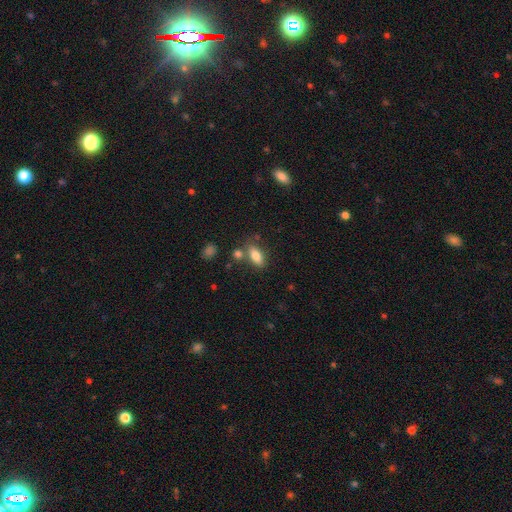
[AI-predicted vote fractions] A smooth galaxy with no disk features (80%) that is in between round and cigar-shaped (82%).

Vote fractions:
- Smooth or featured? smooth: 80% / featured or disk: 11% / star or artifact: 8%
- How rounded? in between: 82% / cigar-shaped: 14% / round: 4%
- Merging? none: 69% / minor disturbance: 14% / merger: 13% / major disturbance: 4%